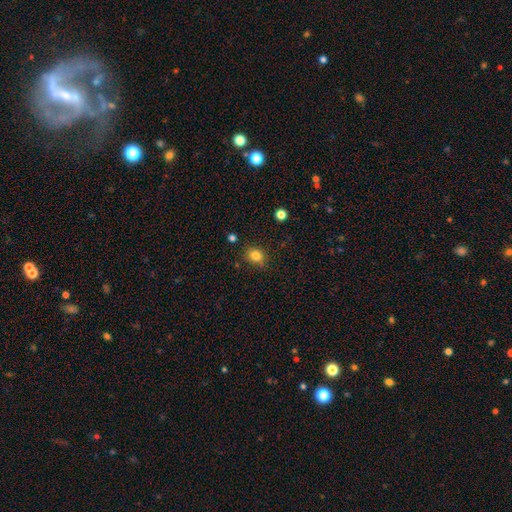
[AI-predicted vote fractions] Smooth or featured: smooth — 82% (star or artifact — 12%)
How rounded: round — 64% (in between — 35%)
Merging: none — 80% (minor disturbance — 14%)